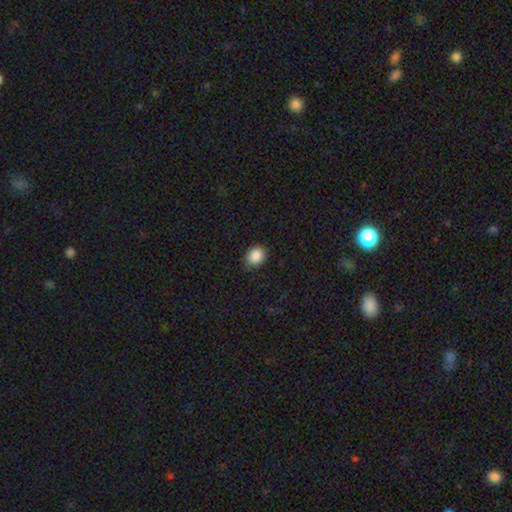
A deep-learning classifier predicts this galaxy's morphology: A smooth galaxy with no disk features (88%) that is round (50%).

Vote fractions:
- Smooth or featured? smooth: 88% / star or artifact: 9% / featured or disk: 4%
- How rounded? round: 50% / in between: 49% / cigar-shaped: 1%
- Merging? none: 83% / minor disturbance: 14% / major disturbance: 3% / merger: 1%